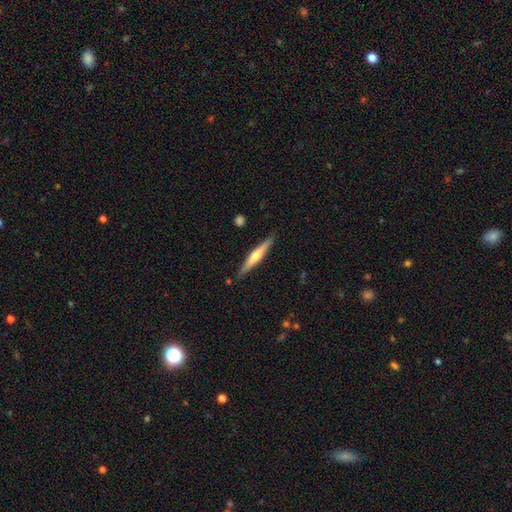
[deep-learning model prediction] smooth_or_featured: featured or disk (p=0.55) [alt: smooth p=0.39]
disk_edge_on: yes (p=0.97) [alt: no p=0.03]
edge_on_bulge: rounded (p=0.72) [alt: none p=0.18]
merging: none (p=0.89) [alt: minor disturbance p=0.08]